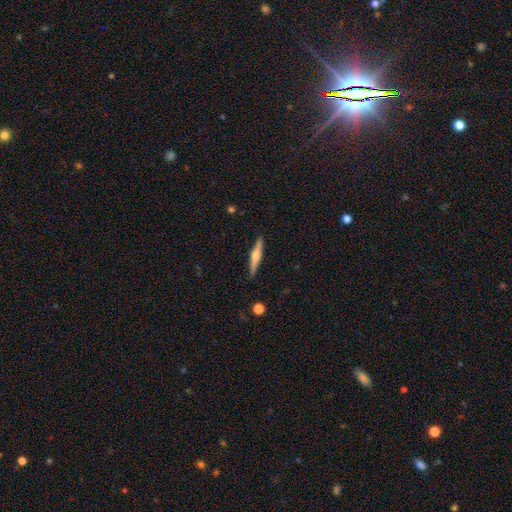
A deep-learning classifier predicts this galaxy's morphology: Smooth or featured? Predicted: featured or disk (p=0.57). Edge-on disk? Predicted: yes (p=0.97). Edge-on bulge? Predicted: rounded (p=0.85). Merging? Predicted: none (p=0.90).